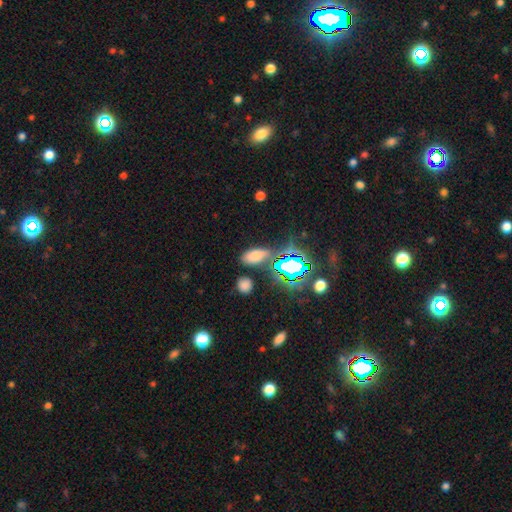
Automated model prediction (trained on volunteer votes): This is likely a smooth galaxy (62%). How rounded: clearly in between (85%). Merging: likely none (66%).